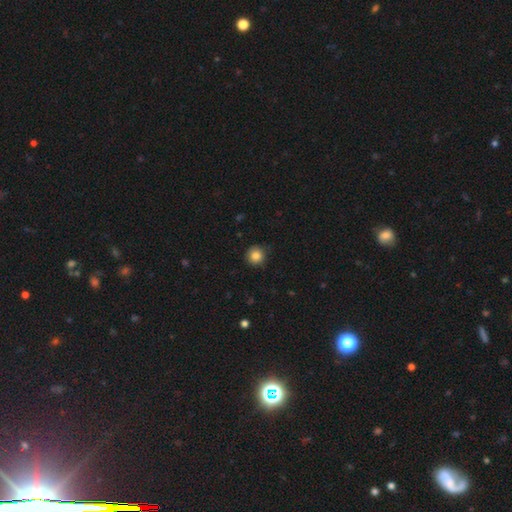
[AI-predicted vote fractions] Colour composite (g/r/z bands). It shows a smooth galaxy with no disk features (85%) that is round (94%). Merging: none (88%).